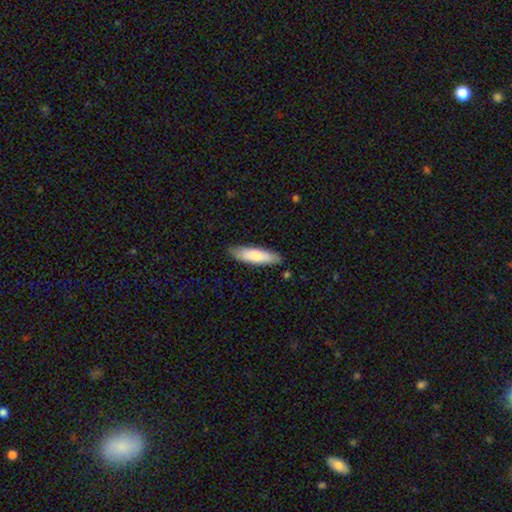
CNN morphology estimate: smooth_or_featured: smooth (p=0.77) [alt: featured or disk p=0.18]
how_rounded: cigar-shaped (p=0.66) [alt: in between p=0.33]
merging: none (p=0.83) [alt: minor disturbance p=0.13]